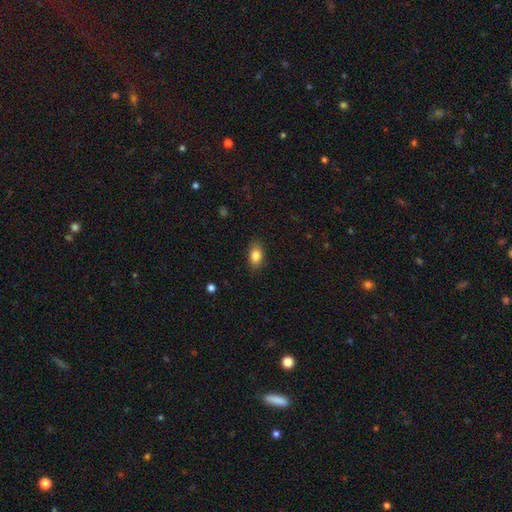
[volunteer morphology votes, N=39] Smooth or featured?
  - smooth: 90% *
  - star or artifact: 8%
  - featured or disk: 3%
How rounded?
  - in between: 74% *
  - round: 23%
  - cigar-shaped: 3%
Merging?
  - none: 69% *
  - minor disturbance: 22%
  - major disturbance: 6%
  - merger: 3%